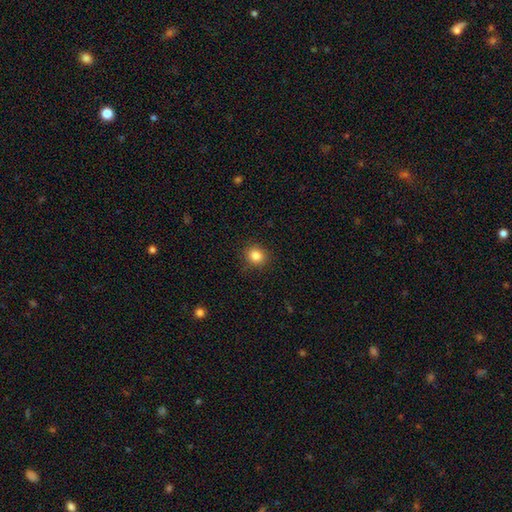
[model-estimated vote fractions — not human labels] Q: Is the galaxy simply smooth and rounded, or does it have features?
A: smooth — 85%.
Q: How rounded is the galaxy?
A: round — 82%.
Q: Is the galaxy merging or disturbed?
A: none — 88%.